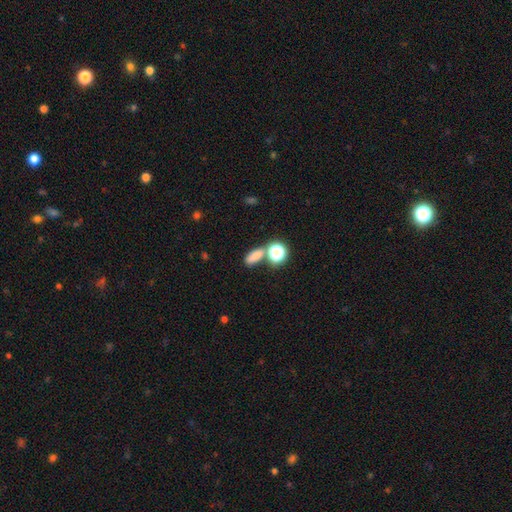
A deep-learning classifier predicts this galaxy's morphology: Smooth or featured: smooth — 74% (star or artifact — 18%)
How rounded: in between — 70% (round — 21%)
Merging: none — 59% (merger — 24%)